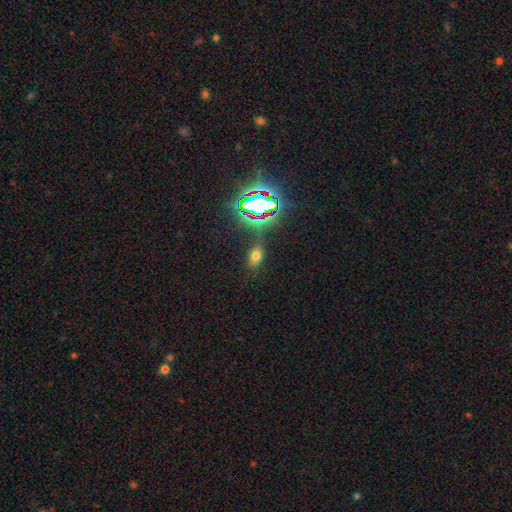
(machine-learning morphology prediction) Smooth or featured?
  - smooth: 59% *
  - star or artifact: 32%
  - featured or disk: 10%
How rounded?
  - in between: 84% *
  - round: 12%
  - cigar-shaped: 4%
Merging?
  - none: 76% *
  - minor disturbance: 14%
  - major disturbance: 5%
  - merger: 5%